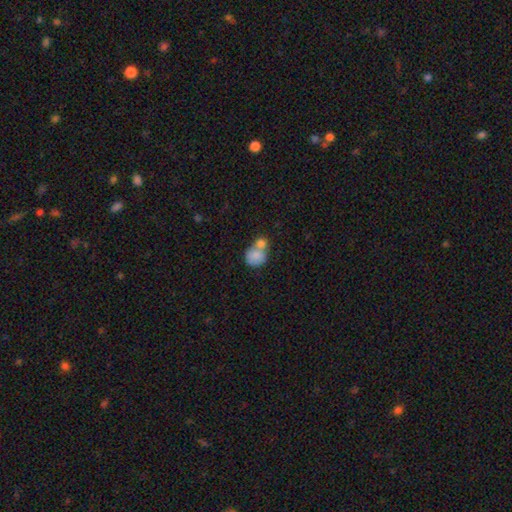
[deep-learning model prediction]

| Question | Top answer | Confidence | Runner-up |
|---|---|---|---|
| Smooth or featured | smooth | 81% | featured or disk (11%) |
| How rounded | round | 78% | in between (21%) |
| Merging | merger | 59% | none (29%) |